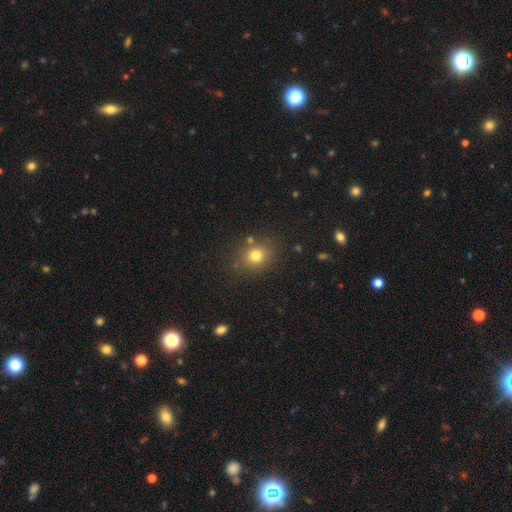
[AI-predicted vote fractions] Smooth or featured?
  - smooth: 76% *
  - star or artifact: 15%
  - featured or disk: 9%
How rounded?
  - round: 68% *
  - in between: 31%
  - cigar-shaped: 1%
Merging?
  - none: 80% *
  - minor disturbance: 11%
  - merger: 5%
  - major disturbance: 4%